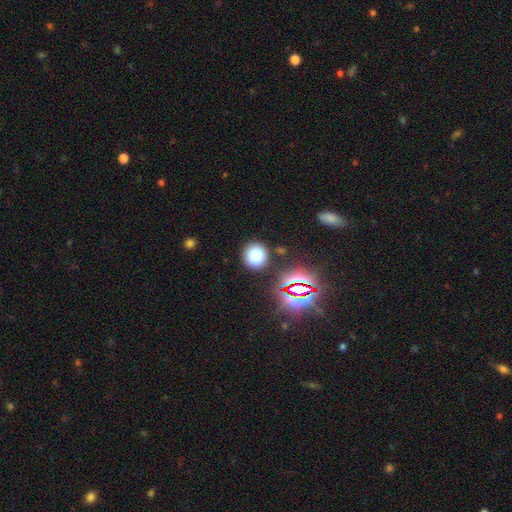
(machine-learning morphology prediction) smooth 79%, star or artifact 16%, featured or disk 5%. Down the decision tree: how rounded — round (88%); merging — none (86%).